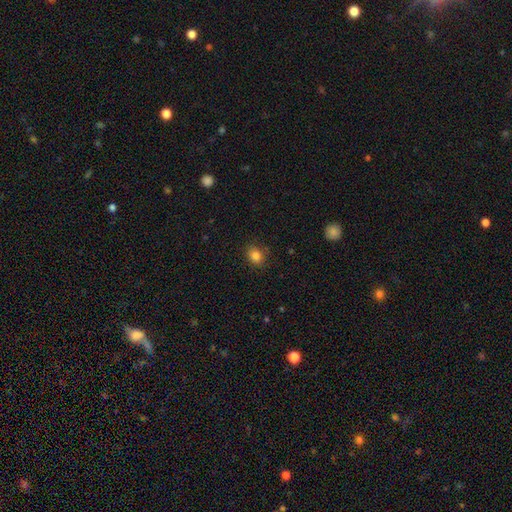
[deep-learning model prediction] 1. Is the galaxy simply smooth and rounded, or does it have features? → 83% smooth, 12% star or artifact, 6% featured or disk.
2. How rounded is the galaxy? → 62% round, 37% in between, 1% cigar-shaped.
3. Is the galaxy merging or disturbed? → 83% none, 13% minor disturbance, 3% major disturbance, 1% merger.